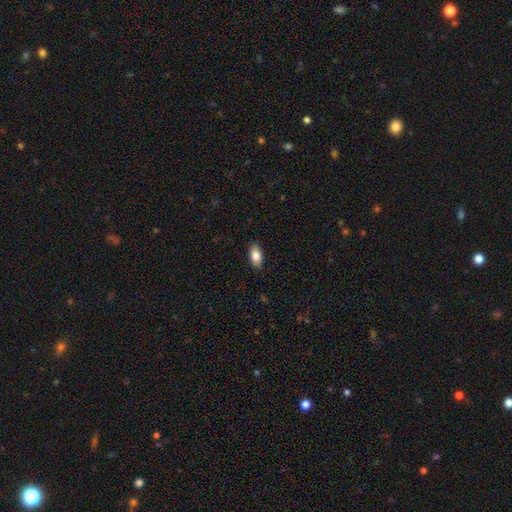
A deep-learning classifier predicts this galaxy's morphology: Overall: smooth (83%). How rounded: in between (91%). Merging: none (88%).